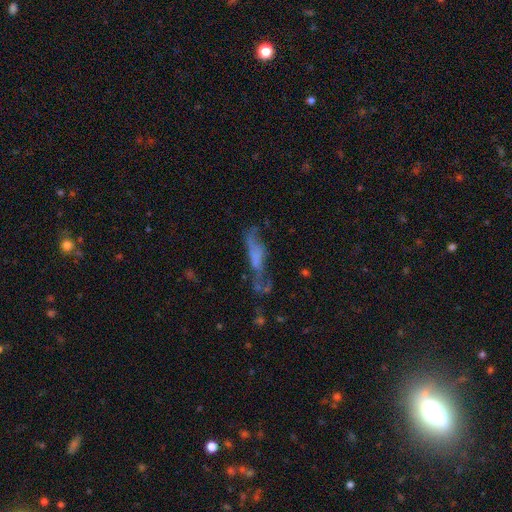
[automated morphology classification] This is possibly a featured or disk galaxy (49%). Merging: marginally none (34%, tied with major disturbance).